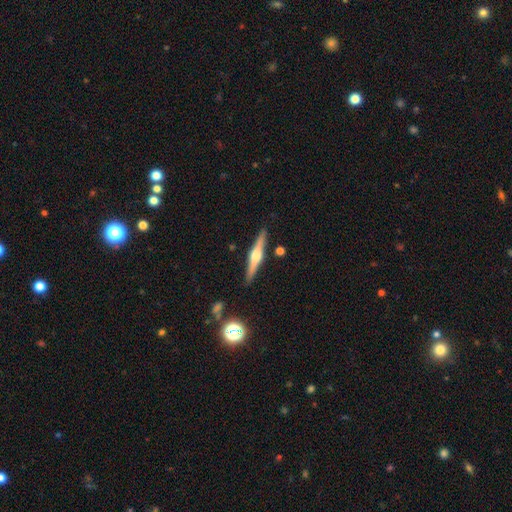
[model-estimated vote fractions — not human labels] Smooth or featured?
  - featured or disk: 76% *
  - smooth: 18%
  - star or artifact: 6%
Edge-on disk?
  - yes: 98% *
  - no: 2%
Edge-on bulge?
  - rounded: 91% *
  - boxy: 7%
  - none: 2%
Merging?
  - none: 89% *
  - minor disturbance: 7%
  - merger: 2%
  - major disturbance: 2%